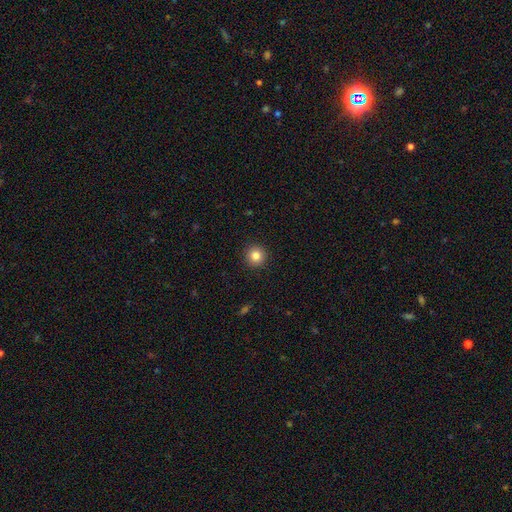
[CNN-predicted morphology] smooth 83%, star or artifact 11%, featured or disk 6%. Down the decision tree: how rounded — round (95%); merging — none (92%).